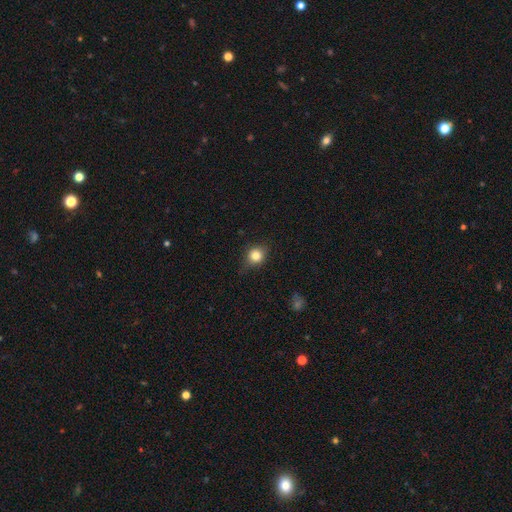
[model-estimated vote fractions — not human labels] Morphology: type=smooth (80%); roundness=round (77%); merging=none (74%).